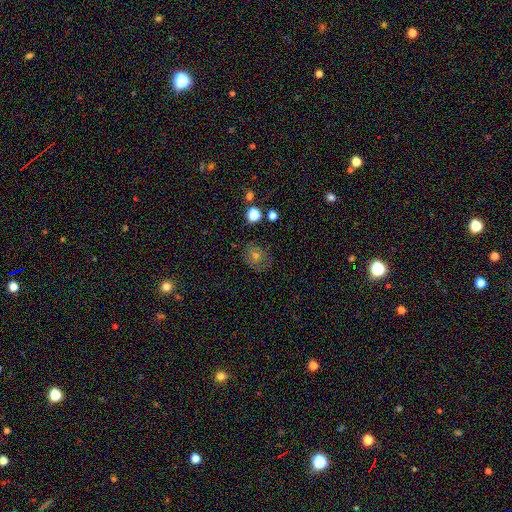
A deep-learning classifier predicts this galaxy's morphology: A smooth galaxy with no disk features (53%) that is round (71%).

Vote fractions:
- Smooth or featured? smooth: 53% / featured or disk: 27% / star or artifact: 20%
- How rounded? round: 71% / in between: 28% / cigar-shaped: 1%
- Merging? none: 75% / minor disturbance: 17% / major disturbance: 7% / merger: 2%